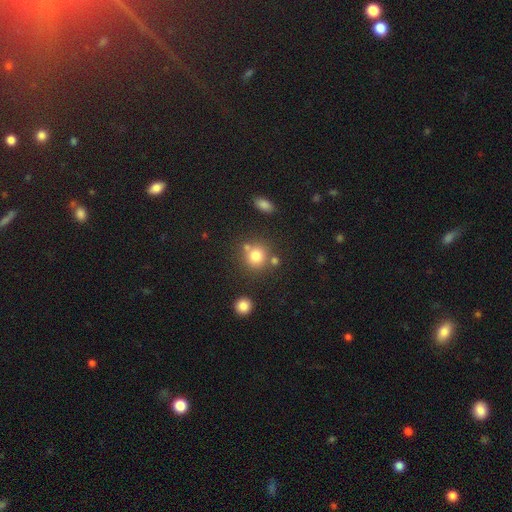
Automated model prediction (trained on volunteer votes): This appears to be a smooth galaxy with no disk features (78%) that is round (88%). Merging: none (67%).